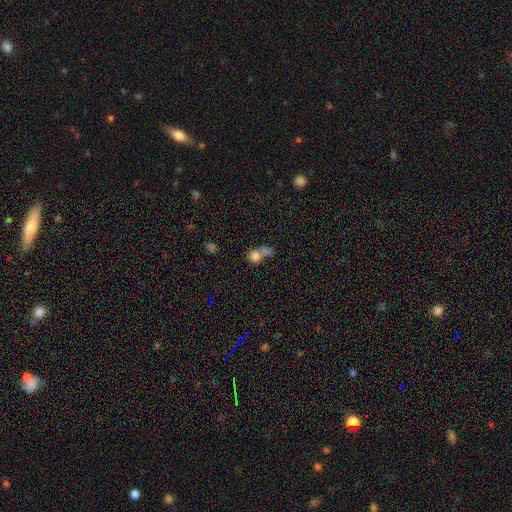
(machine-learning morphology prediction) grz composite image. It shows a smooth galaxy with no disk features (77%) that is round (76%). Merging: merger (56%).